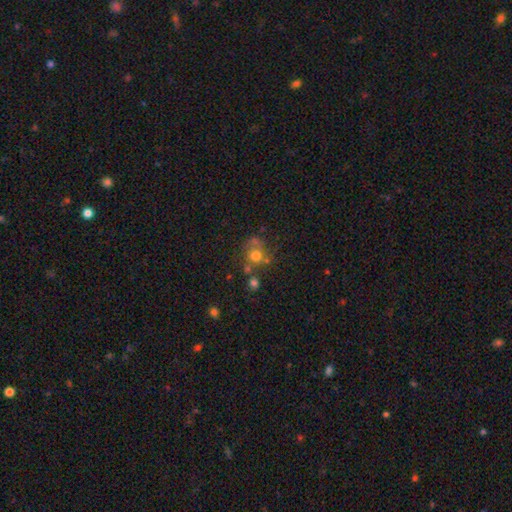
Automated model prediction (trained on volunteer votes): This appears to be a smooth galaxy with no disk features (66%) that is round (82%). Merging: none (51%).